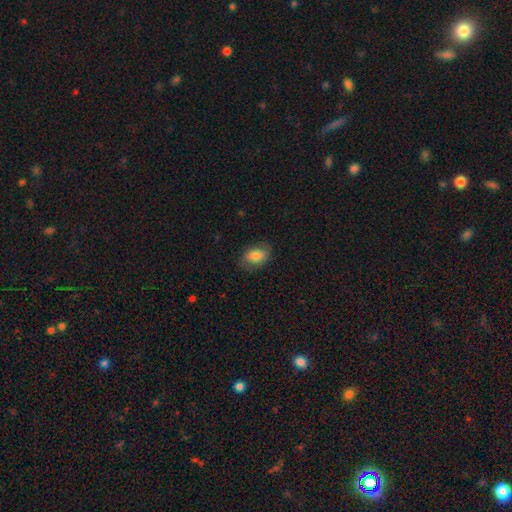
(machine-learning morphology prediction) A smooth galaxy with no disk features (75%) that is in between round and cigar-shaped (84%).

Vote fractions:
- Smooth or featured? smooth: 75% / featured or disk: 17% / star or artifact: 8%
- How rounded? in between: 84% / round: 14% / cigar-shaped: 1%
- Merging? none: 77% / minor disturbance: 17% / major disturbance: 5% / merger: 1%